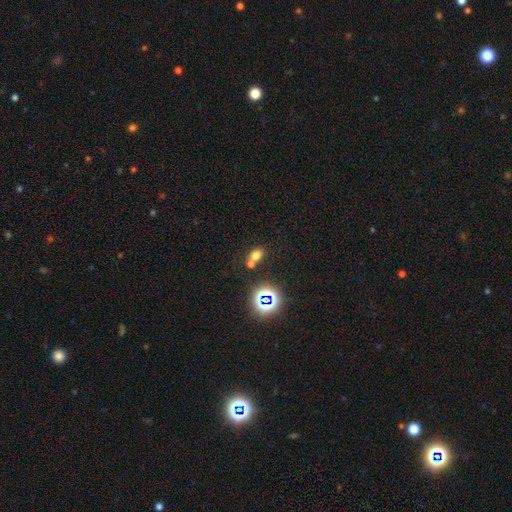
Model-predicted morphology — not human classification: A smooth galaxy with no disk features (67%) that is in between round and cigar-shaped (61%).

Vote fractions:
- Smooth or featured? smooth: 67% / star or artifact: 22% / featured or disk: 11%
- How rounded? in between: 61% / round: 38% / cigar-shaped: 2%
- Merging? none: 50% / merger: 37% / minor disturbance: 10% / major disturbance: 4%